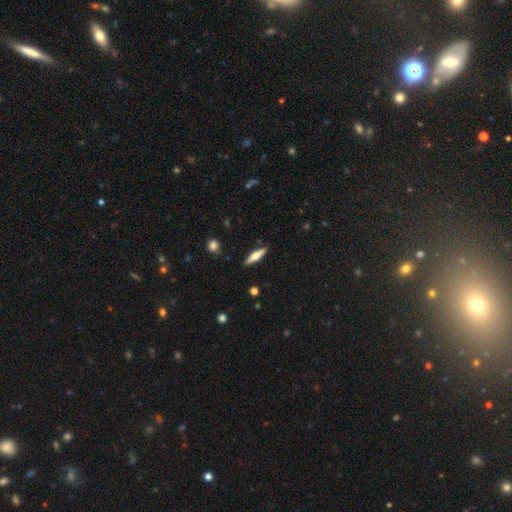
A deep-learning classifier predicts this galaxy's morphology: featured or disk 57%, smooth 37%, star or artifact 6%. Down the decision tree: edge-on disk — yes (95%); edge-on bulge — rounded (92%); merging — none (88%).